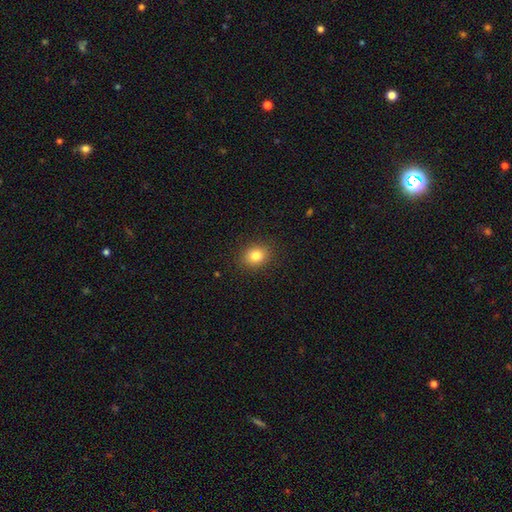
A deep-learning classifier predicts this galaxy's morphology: Smooth or featured? smooth (82%)
How rounded? round (63%)
Merging? none (89%)